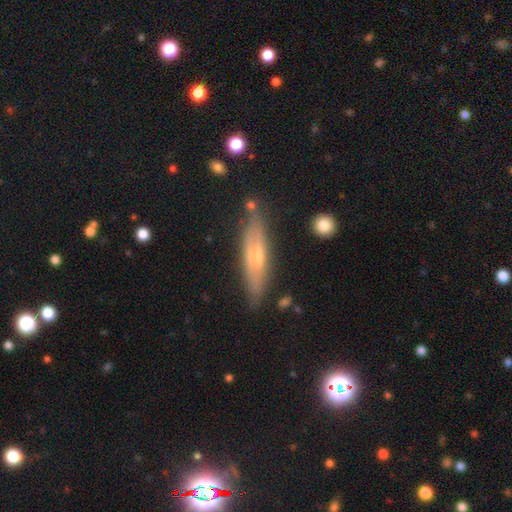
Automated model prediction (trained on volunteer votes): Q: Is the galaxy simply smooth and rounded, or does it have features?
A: featured or disk — 58%.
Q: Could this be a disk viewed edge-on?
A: yes — 84%.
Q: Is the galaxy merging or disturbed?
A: none — 79%.